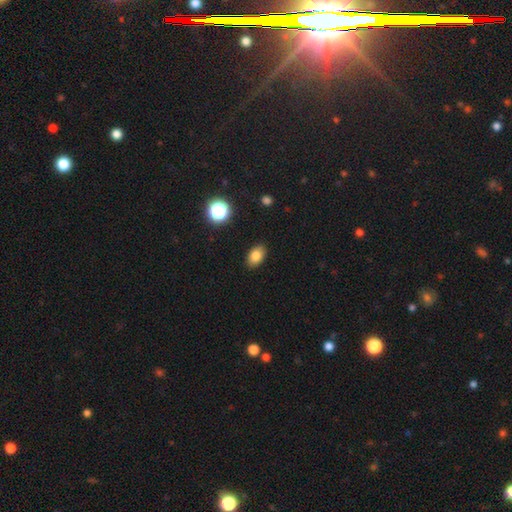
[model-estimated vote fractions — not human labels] Morphology: type=smooth (82%); roundness=in between (86%); merging=none (89%).